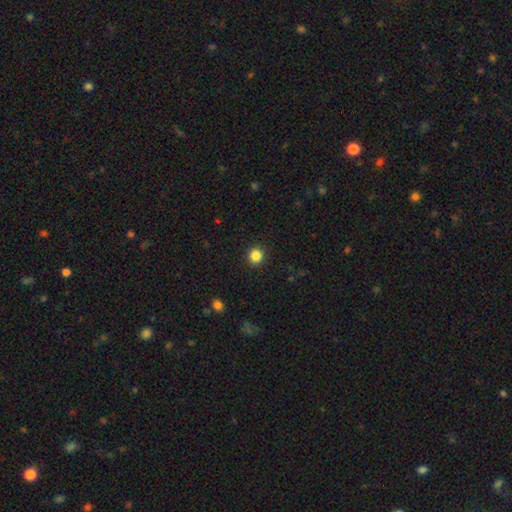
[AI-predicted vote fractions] Smooth or featured?
  - smooth: 85% *
  - star or artifact: 11%
  - featured or disk: 4%
How rounded?
  - round: 92% *
  - in between: 7%
  - cigar-shaped: 1%
Merging?
  - none: 92% *
  - minor disturbance: 5%
  - major disturbance: 2%
  - merger: 1%